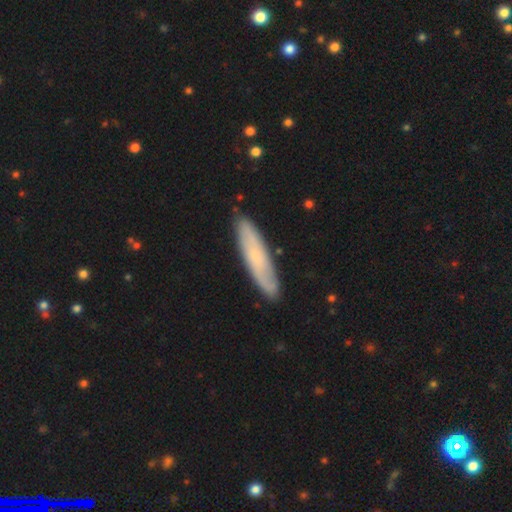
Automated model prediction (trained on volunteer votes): Morphology: type=smooth (52%); roundness=cigar-shaped (81%); merging=none (85%).